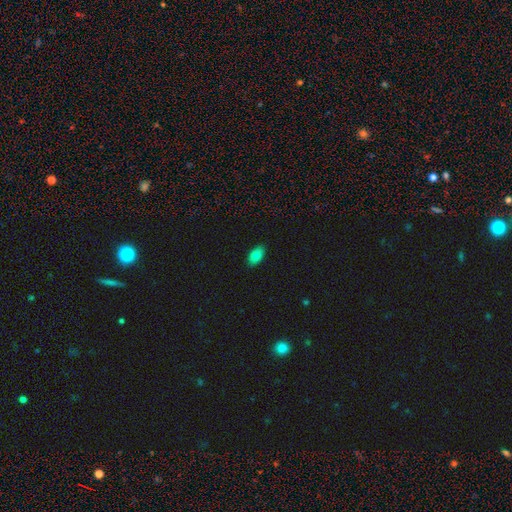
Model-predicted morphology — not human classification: smooth-or-featured: smooth: 81% | featured or disk: 11% | star or artifact: 8%
  how-rounded: in between: 92% | round: 5% | cigar-shaped: 2%
  merging: none: 88% | minor disturbance: 9% | major disturbance: 2% | merger: 1%